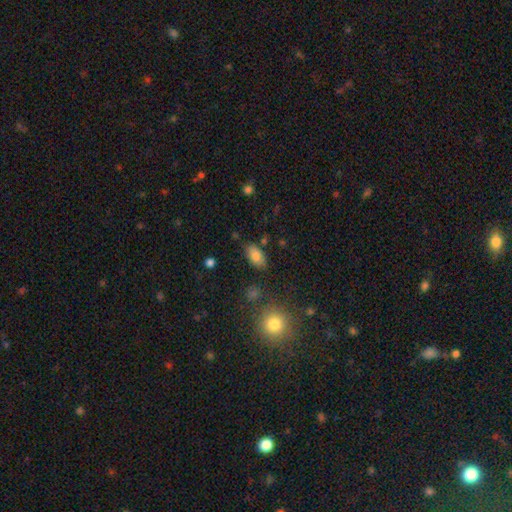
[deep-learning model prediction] smooth-or-featured: smooth: 82% | featured or disk: 9% | star or artifact: 9%
  how-rounded: in between: 92% | round: 5% | cigar-shaped: 3%
  merging: none: 80% | minor disturbance: 13% | merger: 4% | major disturbance: 3%